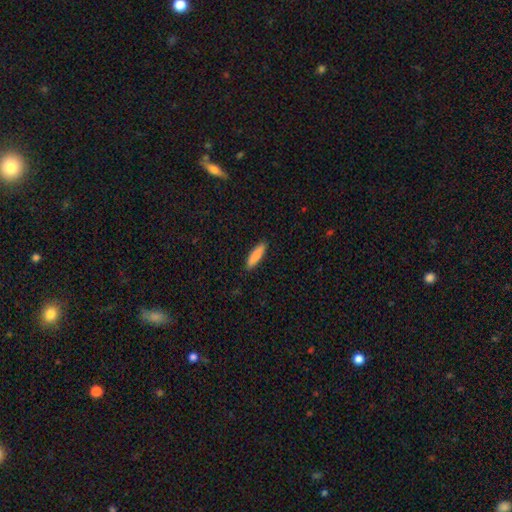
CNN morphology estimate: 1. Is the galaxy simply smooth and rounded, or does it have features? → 86% smooth, 8% featured or disk, 6% star or artifact.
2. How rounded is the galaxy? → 73% cigar-shaped, 26% in between, 1% round.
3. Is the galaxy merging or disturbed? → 90% none, 7% minor disturbance, 2% major disturbance, 1% merger.